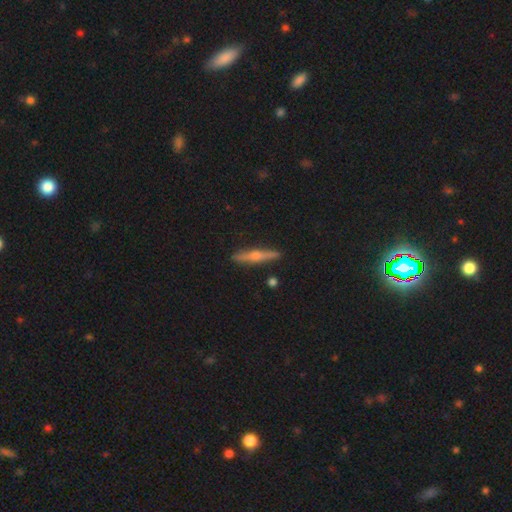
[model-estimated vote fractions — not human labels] featured or disk 59%, smooth 35%, star or artifact 6%. Down the decision tree: edge-on disk — yes (97%); edge-on bulge — rounded (87%); merging — none (89%).